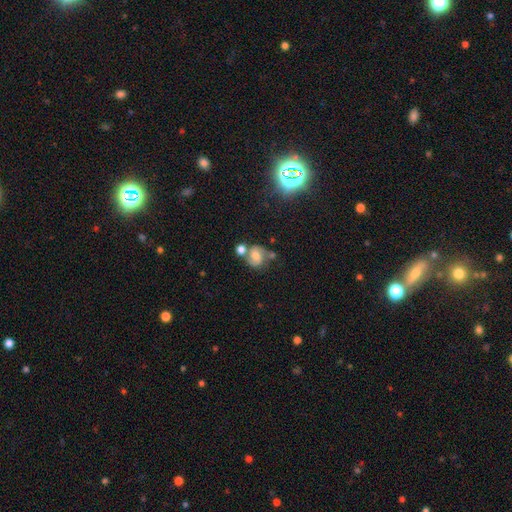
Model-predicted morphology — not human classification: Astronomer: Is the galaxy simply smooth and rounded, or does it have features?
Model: featured or disk — 60%.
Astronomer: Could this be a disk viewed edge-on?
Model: no — 97%.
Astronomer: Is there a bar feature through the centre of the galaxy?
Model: no — 47% (runner-up: weak, 40%).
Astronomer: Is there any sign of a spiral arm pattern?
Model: yes — 88%.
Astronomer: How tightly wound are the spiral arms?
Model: medium — 51%.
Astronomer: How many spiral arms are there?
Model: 2 — 85%.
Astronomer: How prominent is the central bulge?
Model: moderate — 49% (runner-up: small, 30%).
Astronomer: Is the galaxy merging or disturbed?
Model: none — 45% (runner-up: merger, 29%).